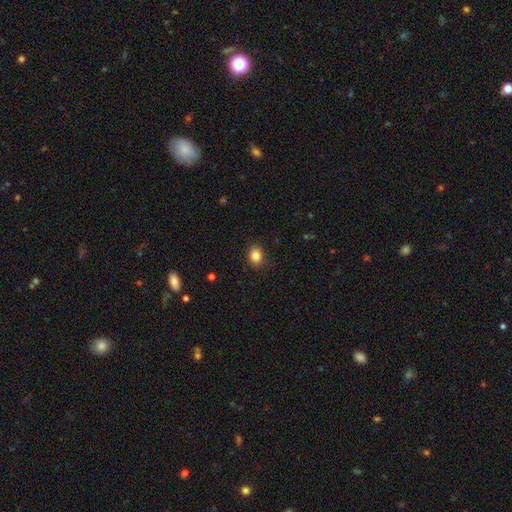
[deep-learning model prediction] This appears to be a smooth galaxy with no disk features (84%) that is in between round and cigar-shaped (50%). Merging: none (87%).